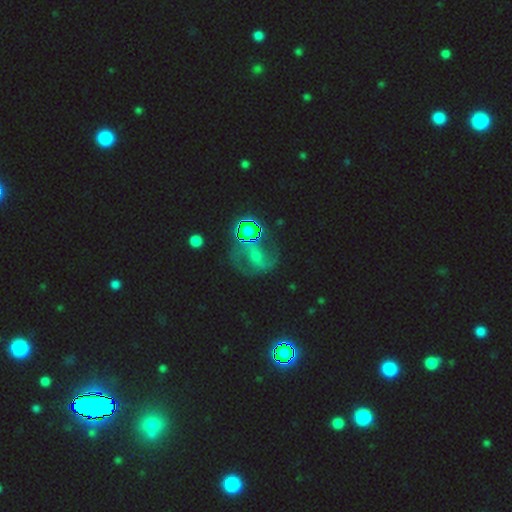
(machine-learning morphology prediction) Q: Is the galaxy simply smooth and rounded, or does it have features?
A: featured or disk — 54%.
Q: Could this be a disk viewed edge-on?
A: no — 97%.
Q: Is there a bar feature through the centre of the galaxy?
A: no — 45%.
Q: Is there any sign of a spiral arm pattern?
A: yes — 80%.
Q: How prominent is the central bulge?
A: small — 54%.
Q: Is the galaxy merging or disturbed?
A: none — 49%.